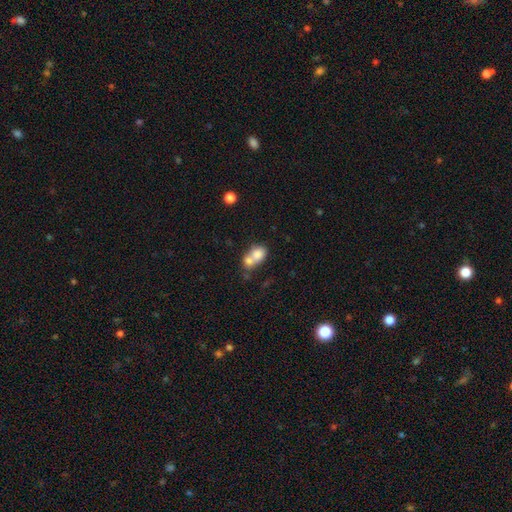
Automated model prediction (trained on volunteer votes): Smooth or featured: smooth — 73% (featured or disk — 18%)
How rounded: in between — 50% (round — 48%)
Merging: merger — 67% (none — 22%)